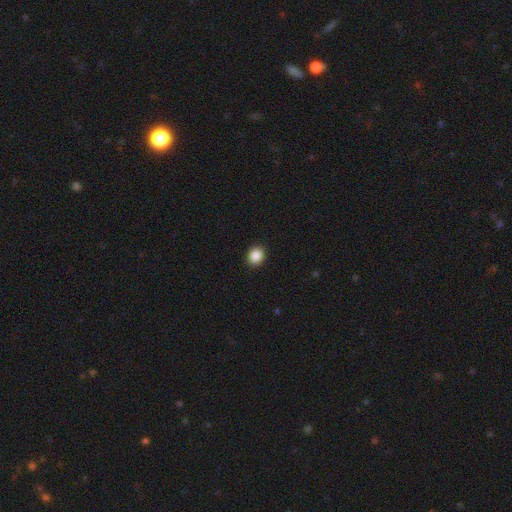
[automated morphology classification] smooth 88%, star or artifact 9%, featured or disk 3%. Down the decision tree: how rounded — round (70%); merging — none (92%).